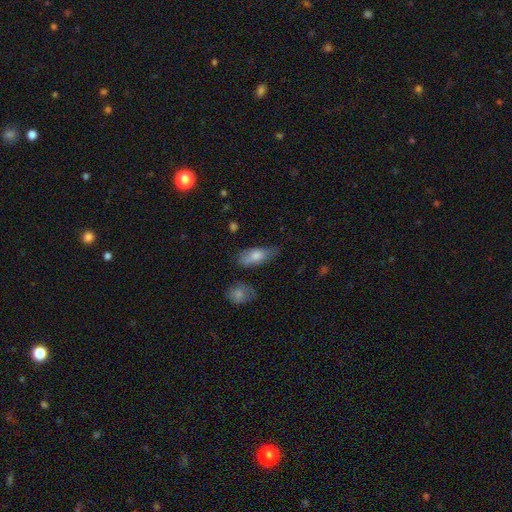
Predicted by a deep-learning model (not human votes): This appears to be a smooth galaxy with no disk features (70%) that is in between round and cigar-shaped (72%). Merging: none (63%).